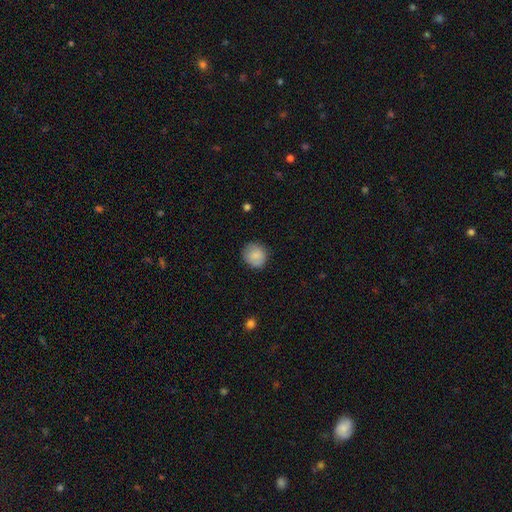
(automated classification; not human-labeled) smooth-or-featured: smooth: 84% | featured or disk: 8% | star or artifact: 7%
  how-rounded: round: 85% | in between: 14% | cigar-shaped: 1%
  merging: none: 83% | minor disturbance: 13% | major disturbance: 3% | merger: 1%